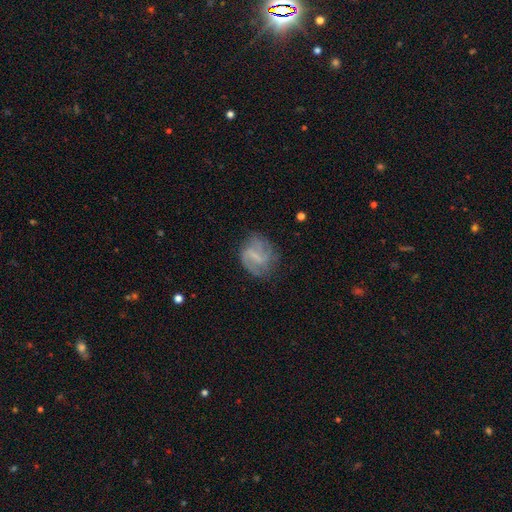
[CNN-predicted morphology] Q: Smooth or featured?
A: featured or disk (68%); runner-up: smooth (24%)
Q: Edge-on disk?
A: no (97%); runner-up: yes (3%)
Q: Bar?
A: weak (49%); runner-up: strong (33%)
Q: Spiral arms?
A: yes (82%); runner-up: no (18%)
Q: Spiral winding?
A: medium (42%); runner-up: loose (35%)
Q: Spiral arm count?
A: 2 (59%); runner-up: can't tell (22%)
Q: Bulge size?
A: none (47%); runner-up: small (36%)
Q: Merging?
A: none (64%); runner-up: minor disturbance (21%)